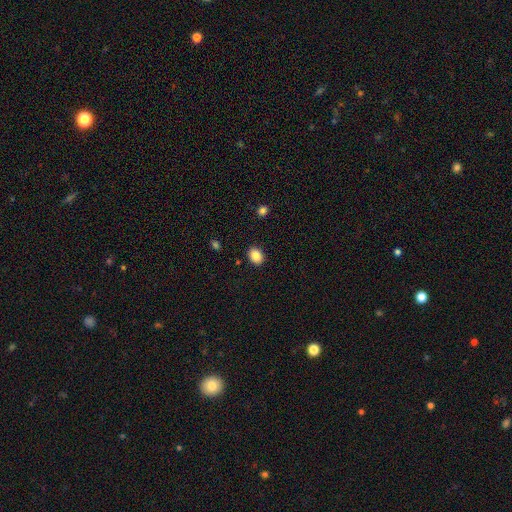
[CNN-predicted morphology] Overall: smooth (86%). How rounded: in between (61%; round 38%). Merging: none (89%).